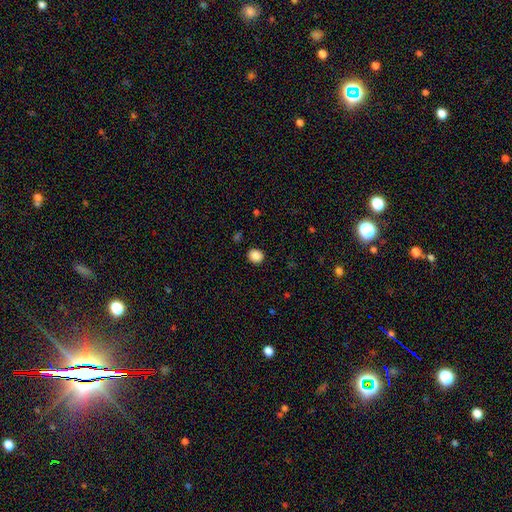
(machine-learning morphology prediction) The model was most divided on "how rounded": round: 77%, in between: 22%, cigar-shaped: 1%. More confident: merging — none (91%); smooth or featured — smooth (87%).